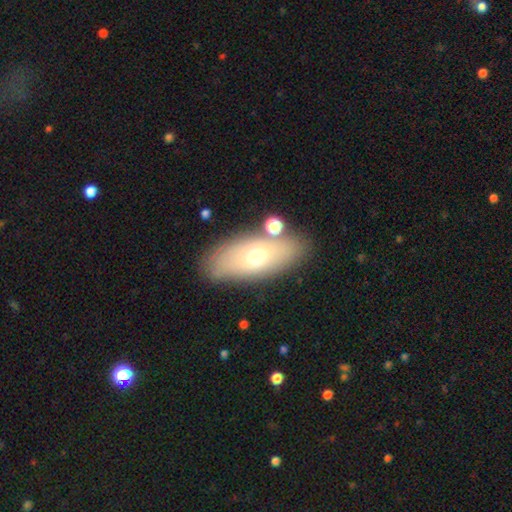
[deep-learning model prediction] A smooth galaxy with no disk features (60%) that is in between round and cigar-shaped (80%).

Vote fractions:
- Smooth or featured? smooth: 60% / featured or disk: 31% / star or artifact: 9%
- How rounded? in between: 80% / cigar-shaped: 15% / round: 5%
- Merging? none: 77% / minor disturbance: 12% / merger: 7% / major disturbance: 4%